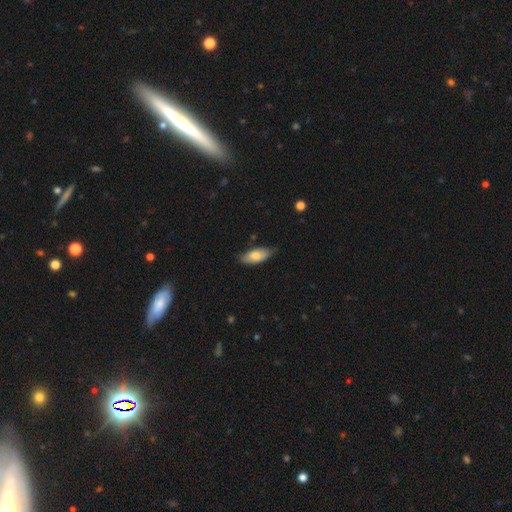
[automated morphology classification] Smooth or featured? smooth (75%)
How rounded? in between (83%)
Merging? none (70%)